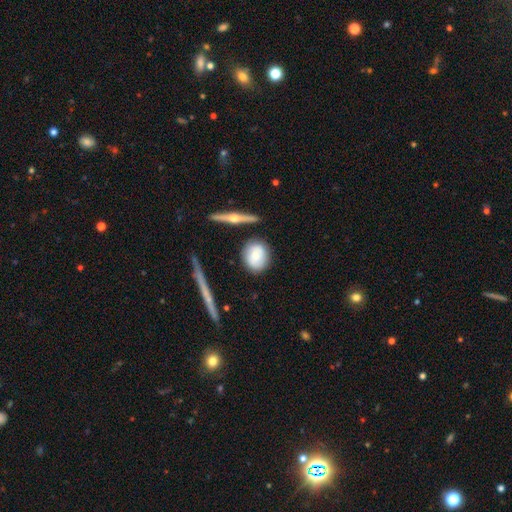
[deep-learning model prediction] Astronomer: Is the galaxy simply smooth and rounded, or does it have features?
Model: smooth — 70%.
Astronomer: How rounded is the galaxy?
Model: round — 62%.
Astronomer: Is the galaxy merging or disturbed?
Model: none — 79%.